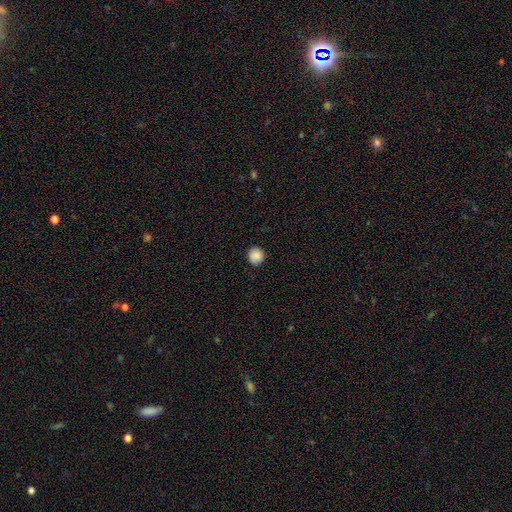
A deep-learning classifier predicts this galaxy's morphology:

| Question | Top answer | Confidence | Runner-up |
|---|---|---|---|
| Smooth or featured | smooth | 87% | star or artifact (9%) |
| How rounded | round | 91% | in between (8%) |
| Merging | none | 88% | minor disturbance (9%) |